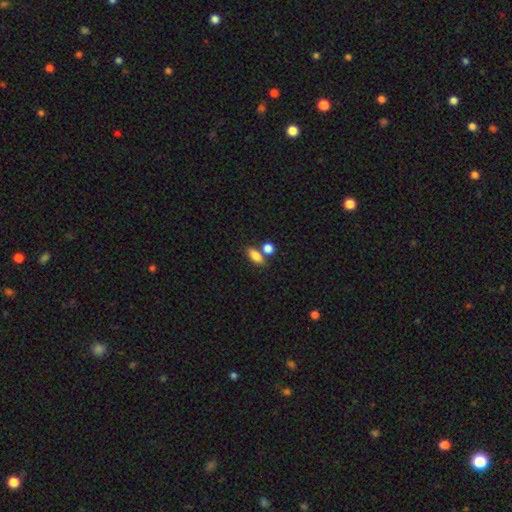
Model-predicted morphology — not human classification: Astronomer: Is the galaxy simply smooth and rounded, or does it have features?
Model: smooth — 83%.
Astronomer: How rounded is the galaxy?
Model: in between — 77%.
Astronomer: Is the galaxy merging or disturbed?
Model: none — 60%.